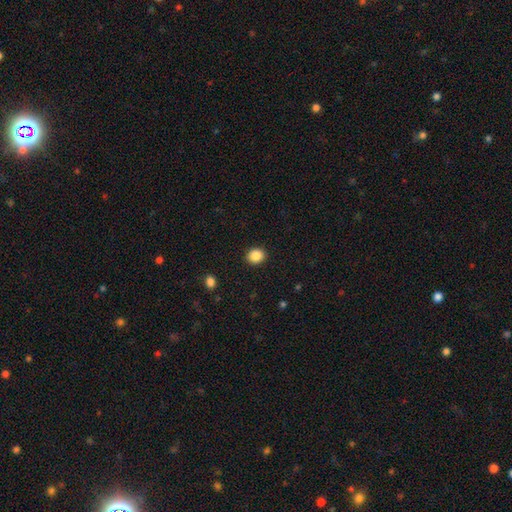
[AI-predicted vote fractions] A smooth galaxy with no disk features (87%) that is round (73%).

Vote fractions:
- Smooth or featured? smooth: 87% / star or artifact: 9% / featured or disk: 4%
- How rounded? round: 73% / in between: 26% / cigar-shaped: 1%
- Merging? none: 91% / minor disturbance: 6% / major disturbance: 2% / merger: 1%